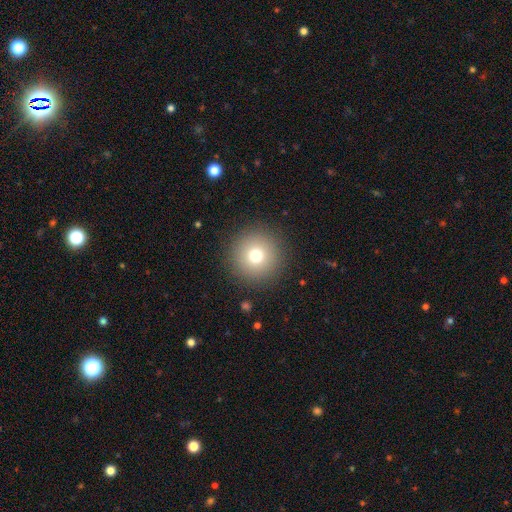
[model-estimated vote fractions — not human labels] The model was most divided on "smooth or featured": smooth: 75%, star or artifact: 14%, featured or disk: 11%. More confident: how rounded — round (97%); merging — none (91%).